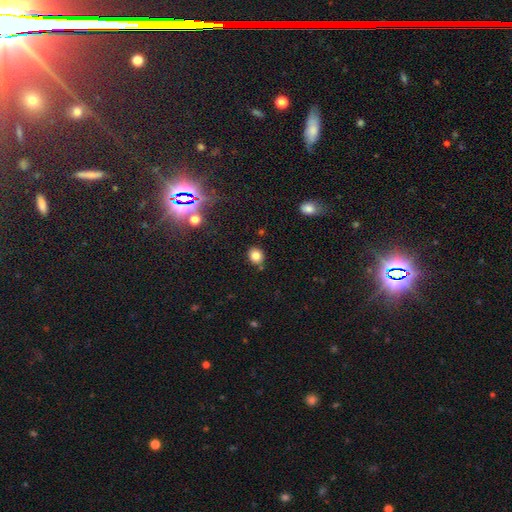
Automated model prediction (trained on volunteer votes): smooth-or-featured: smooth: 81% | star or artifact: 12% | featured or disk: 7%
  how-rounded: round: 76% | in between: 23% | cigar-shaped: 1%
  merging: none: 84% | minor disturbance: 9% | merger: 5% | major disturbance: 2%